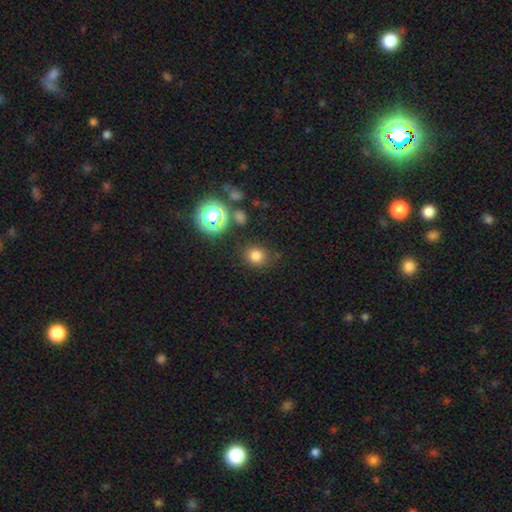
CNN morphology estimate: smooth_or_featured: smooth (p=0.75) [alt: star or artifact p=0.18]
how_rounded: round (p=0.84) [alt: in between p=0.15]
merging: none (p=0.80) [alt: minor disturbance p=0.11]